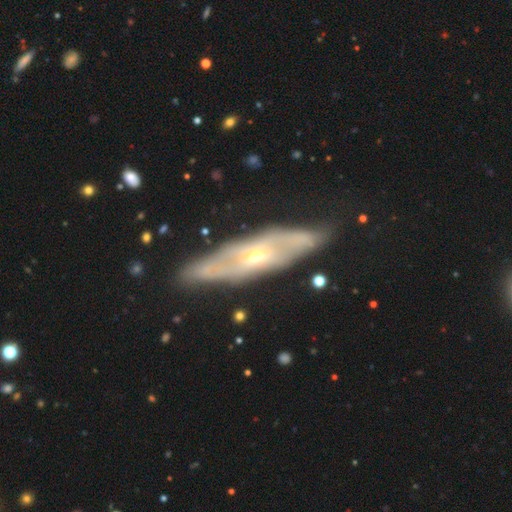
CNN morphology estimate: Q: Smooth or featured?
A: featured or disk (76%); runner-up: smooth (17%)
Q: Edge-on disk?
A: no (61%); runner-up: yes (39%)
Q: Merging?
A: none (81%); runner-up: minor disturbance (14%)